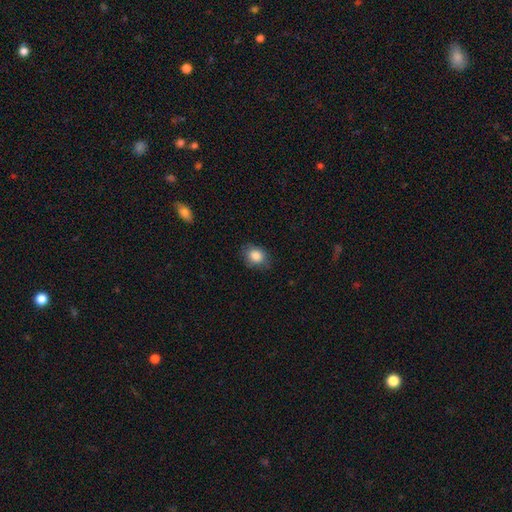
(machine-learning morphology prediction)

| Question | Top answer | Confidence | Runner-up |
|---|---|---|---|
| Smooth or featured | smooth | 86% | star or artifact (8%) |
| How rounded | in between | 57% | round (42%) |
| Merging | none | 77% | minor disturbance (18%) |